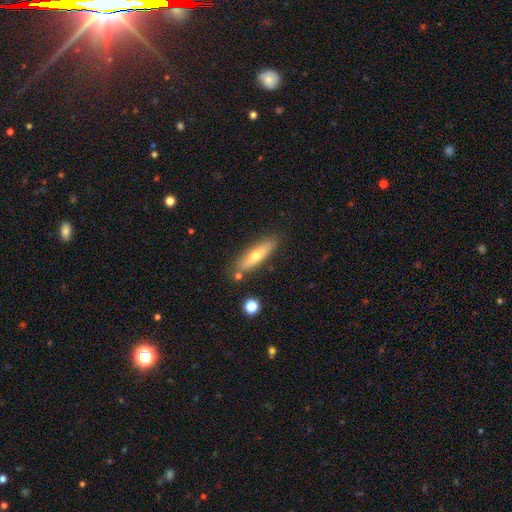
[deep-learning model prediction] Smooth or featured: smooth — 56% (featured or disk — 37%)
How rounded: cigar-shaped — 71% (in between — 27%)
Merging: none — 82% (minor disturbance — 11%)